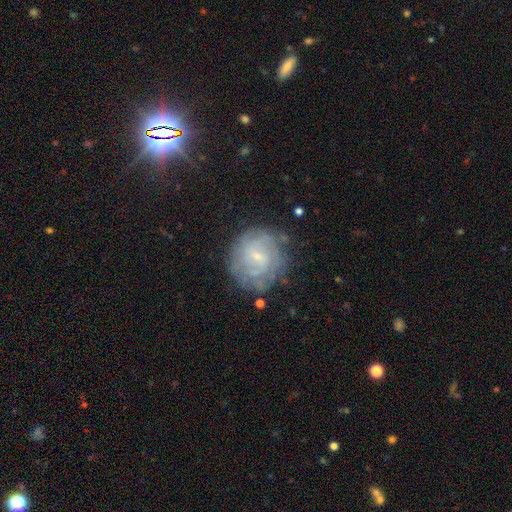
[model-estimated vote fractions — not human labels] This is likely a featured or disk galaxy (64%). It is clearly not viewed edge-on (98%). Bar: possibly weak (49%). Spiral arm pattern: clearly yes (81%). Spiral arm count: possibly can't tell (53%). Spiral winding: likely tight (61%). Central bulge: likely small (73%). Merging: likely none (74%).